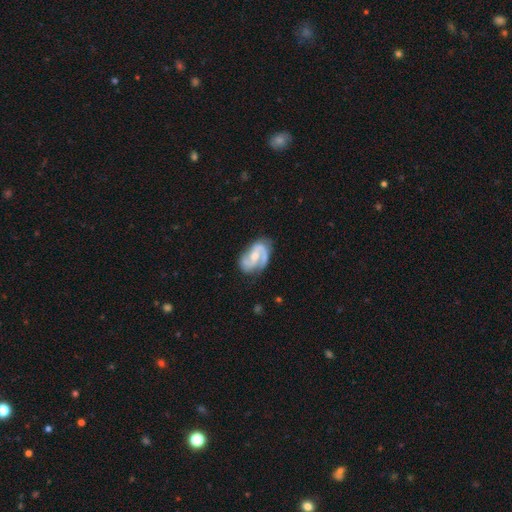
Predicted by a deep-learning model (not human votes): Smooth or featured? Predicted: featured or disk (p=0.88). Edge-on disk? Predicted: no (p=0.98). Bar? Predicted: weak (p=0.44). Spiral arms? Predicted: yes (p=0.97). Spiral winding? Predicted: medium (p=0.54). Spiral arm count? Predicted: 2 (p=0.86). Bulge size? Predicted: moderate (p=0.51). Merging? Predicted: none (p=0.70).